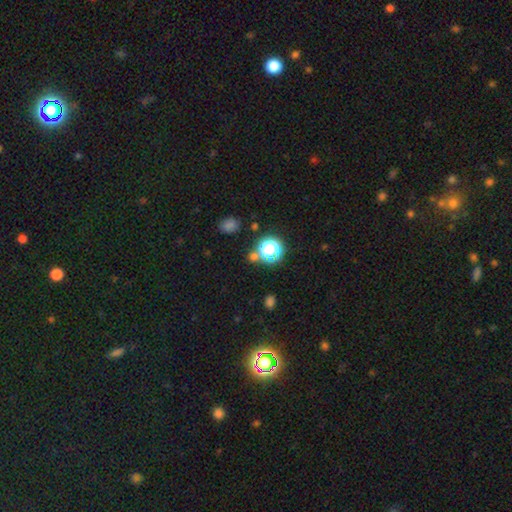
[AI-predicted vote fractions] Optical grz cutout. It shows a star or artifact, not a galaxy (55%).